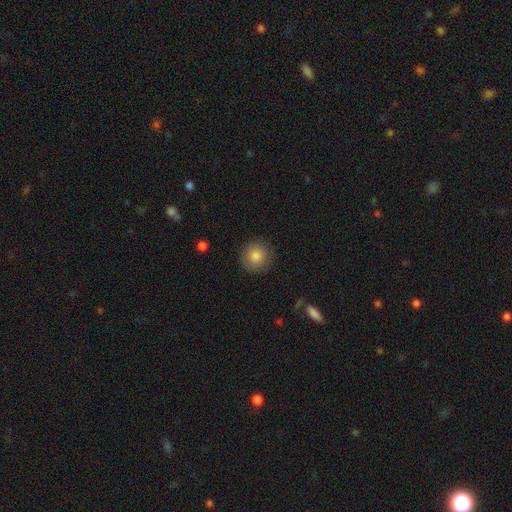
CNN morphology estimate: The model was most divided on "smooth or featured": smooth: 83%, star or artifact: 9%, featured or disk: 8%. More confident: how rounded — round (94%); merging — none (88%).